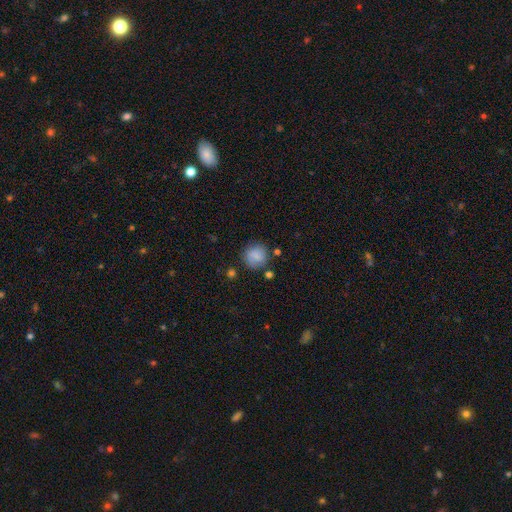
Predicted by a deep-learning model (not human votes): A smooth galaxy with no disk features (81%) that is round (86%).

Vote fractions:
- Smooth or featured? smooth: 81% / featured or disk: 10% / star or artifact: 9%
- How rounded? round: 86% / in between: 13% / cigar-shaped: 1%
- Merging? none: 74% / minor disturbance: 16% / major disturbance: 5% / merger: 5%